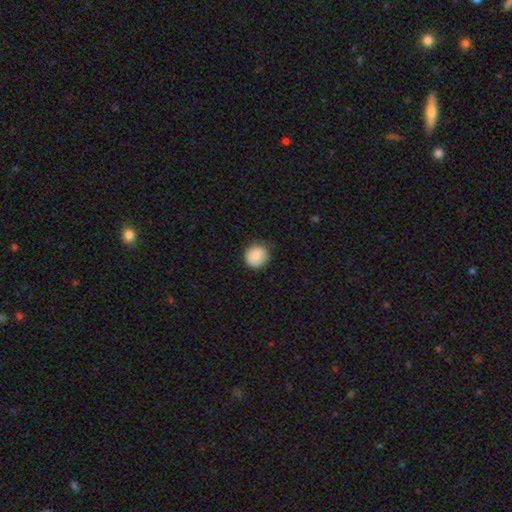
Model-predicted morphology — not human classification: smooth 88%, star or artifact 7%, featured or disk 4%. Down the decision tree: how rounded — round (93%); merging — none (81%).